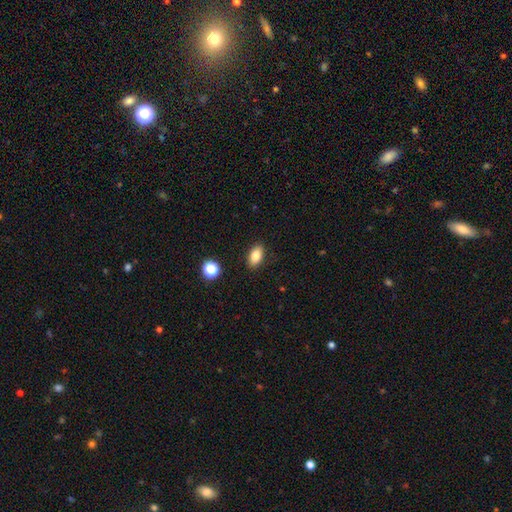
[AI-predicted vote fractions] Smooth or featured? Predicted: smooth (p=0.83). How rounded? Predicted: in between (p=0.89). Merging? Predicted: none (p=0.89).